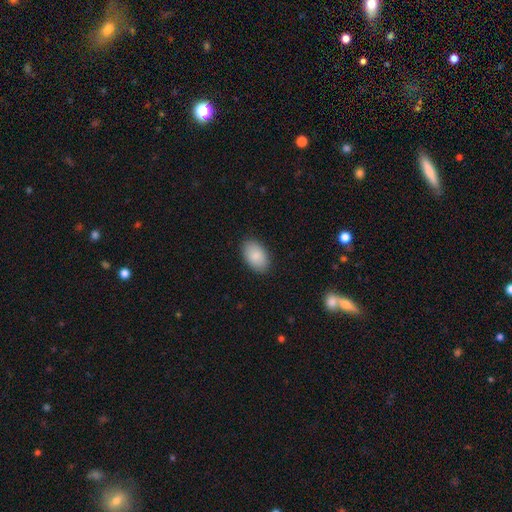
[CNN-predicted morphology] This appears to be a smooth galaxy with no disk features (88%) that is in between round and cigar-shaped (93%). Merging: none (88%).